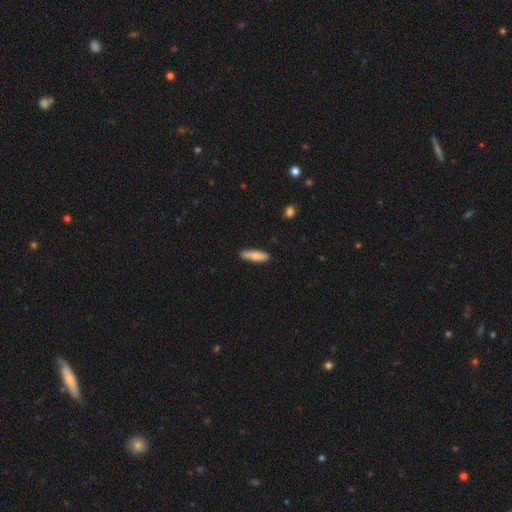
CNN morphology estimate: Smooth or featured?
  - smooth: 81% *
  - featured or disk: 14%
  - star or artifact: 6%
How rounded?
  - cigar-shaped: 72% *
  - in between: 27%
  - round: 2%
Merging?
  - none: 87% *
  - minor disturbance: 10%
  - major disturbance: 2%
  - merger: 1%